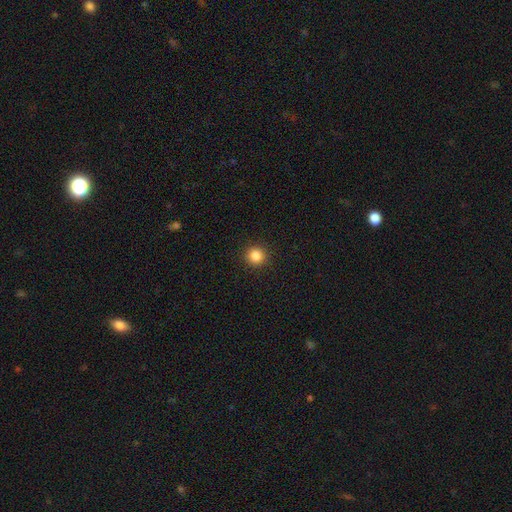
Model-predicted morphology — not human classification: This is clearly a smooth galaxy (85%). How rounded: clearly round (94%). Merging: clearly none (92%).